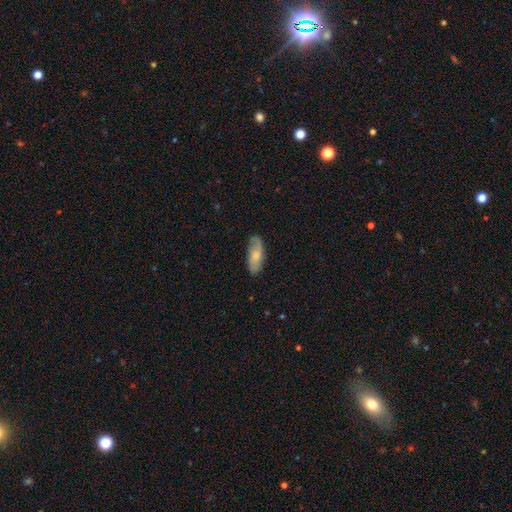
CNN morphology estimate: A smooth galaxy with no disk features (62%) that is in between round and cigar-shaped (79%). Merging: none (77%).